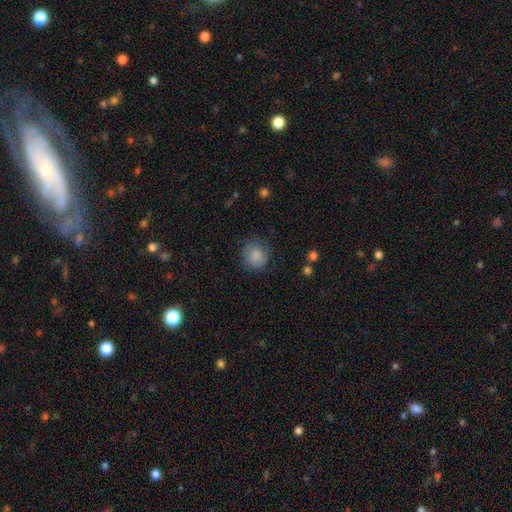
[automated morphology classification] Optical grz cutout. It shows a smooth galaxy with no disk features (83%) that is round (84%). Merging: none (75%).